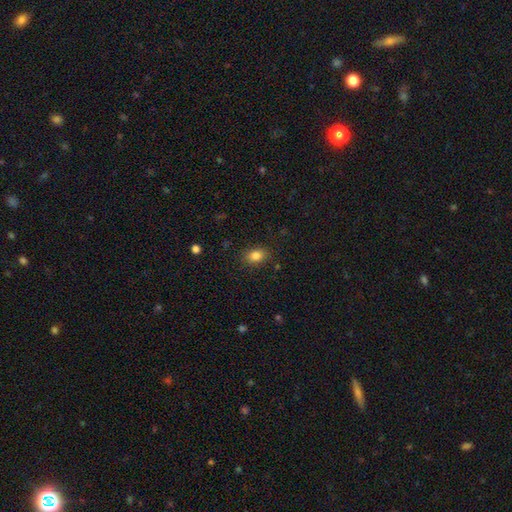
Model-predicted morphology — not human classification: A smooth galaxy with no disk features (84%) that is in between round and cigar-shaped (70%). Merging: none (86%).